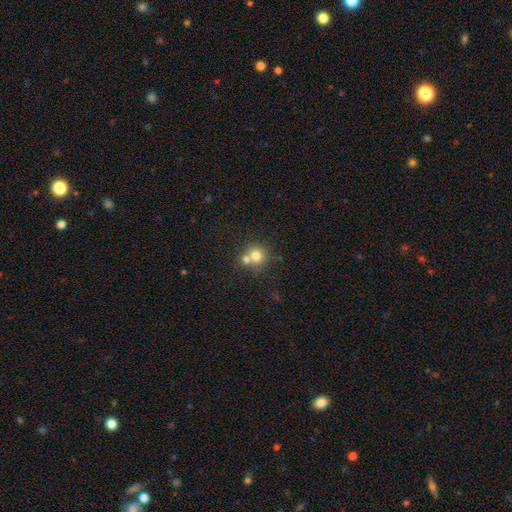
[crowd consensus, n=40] Q: Smooth or featured?
A: smooth (82%); runner-up: featured or disk (12%)
Q: How rounded?
A: round (91%); runner-up: in between (9%)
Q: Merging?
A: merger (61%); runner-up: none (39%)